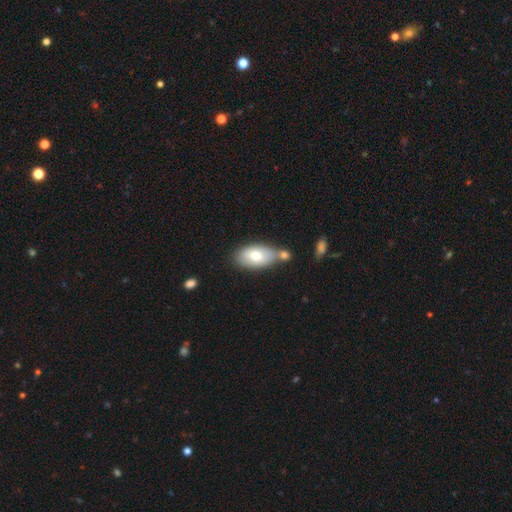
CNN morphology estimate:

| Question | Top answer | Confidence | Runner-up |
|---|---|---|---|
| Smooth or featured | smooth | 70% | featured or disk (24%) |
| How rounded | in between | 92% | round (5%) |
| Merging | none | 51% | merger (30%) |